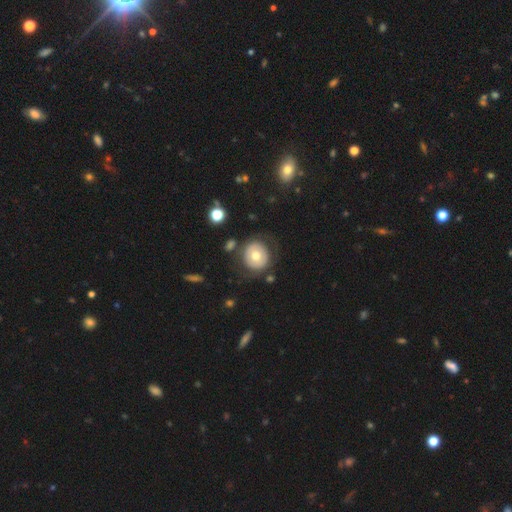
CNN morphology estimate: Smooth or featured? Predicted: smooth (p=0.60). How rounded? Predicted: round (p=0.86). Merging? Predicted: none (p=0.74).